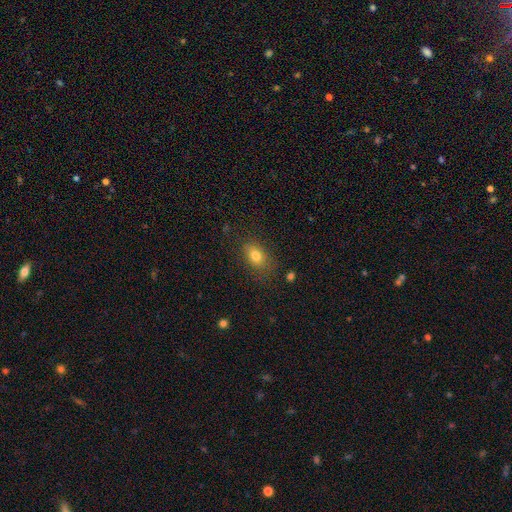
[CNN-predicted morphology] smooth-or-featured: smooth: 79% | star or artifact: 11% | featured or disk: 10%
  how-rounded: in between: 80% | round: 18% | cigar-shaped: 3%
  merging: none: 78% | minor disturbance: 16% | major disturbance: 5% | merger: 2%